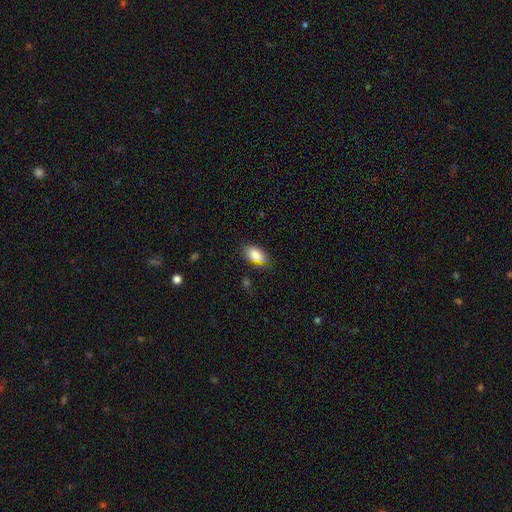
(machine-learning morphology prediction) A smooth galaxy with no disk features (85%) that is in between round and cigar-shaped (91%). Merging: none (75%).